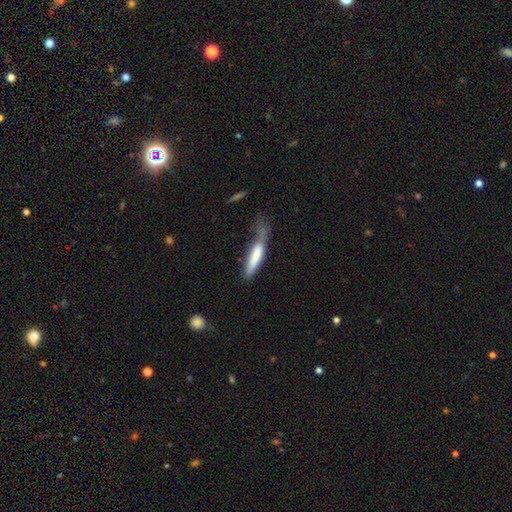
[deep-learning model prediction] This is likely a smooth galaxy (73%). How rounded: clearly cigar-shaped (80%). Merging: marginally major disturbance (33%).